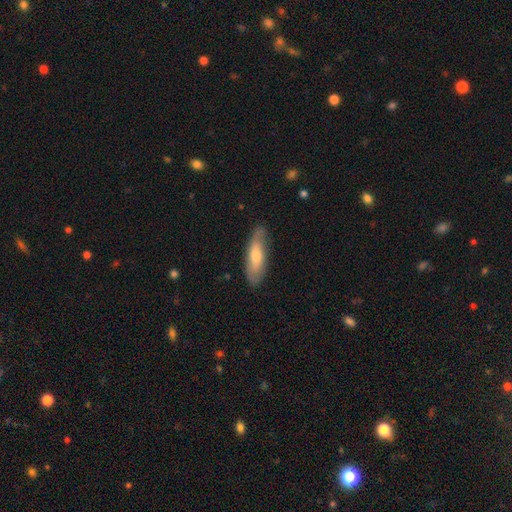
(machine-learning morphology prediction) This appears to be a smooth galaxy with no disk features (60%) that is cigar-shaped (53%). Merging: none (80%).